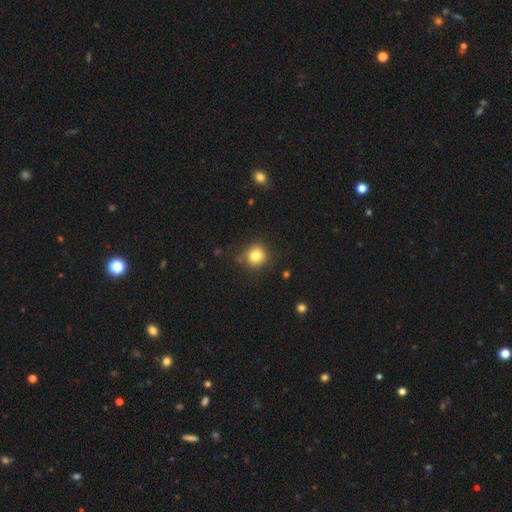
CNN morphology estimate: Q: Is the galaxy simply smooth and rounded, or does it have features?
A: smooth — 81%.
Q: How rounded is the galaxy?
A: round — 91%.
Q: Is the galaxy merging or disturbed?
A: none — 81%.